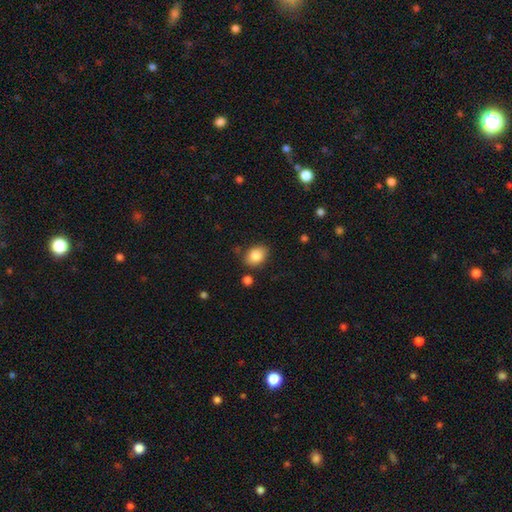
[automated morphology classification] Smooth or featured: smooth — 85% (star or artifact — 8%)
How rounded: in between — 72% (round — 27%)
Merging: none — 81% (minor disturbance — 13%)